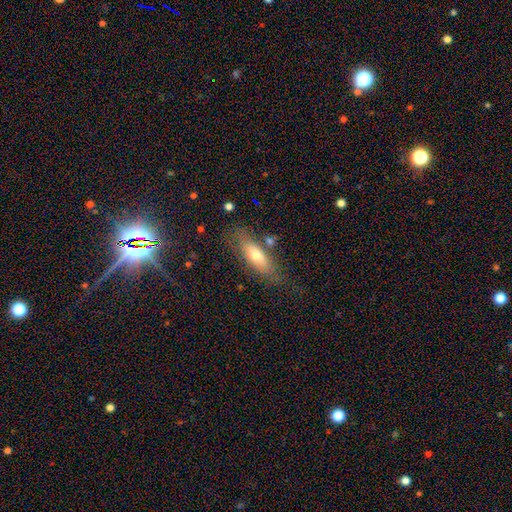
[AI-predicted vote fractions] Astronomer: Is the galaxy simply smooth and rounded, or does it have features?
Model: smooth — 63%.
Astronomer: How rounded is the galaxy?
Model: in between — 62%.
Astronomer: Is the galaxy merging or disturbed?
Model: none — 69%.